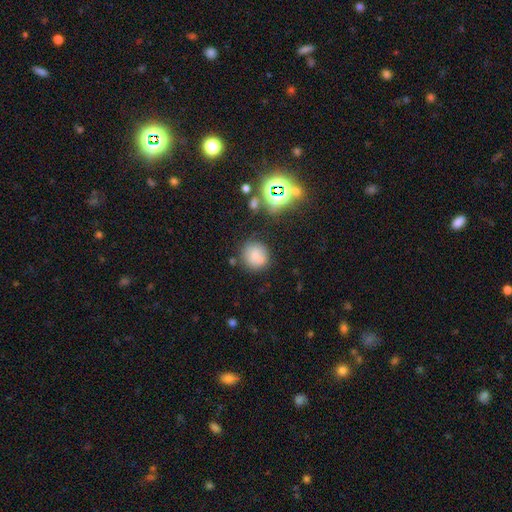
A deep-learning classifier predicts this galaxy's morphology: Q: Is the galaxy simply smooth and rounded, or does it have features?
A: smooth — 72%.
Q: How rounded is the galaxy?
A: round — 87%.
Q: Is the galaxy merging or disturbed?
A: none — 72%.